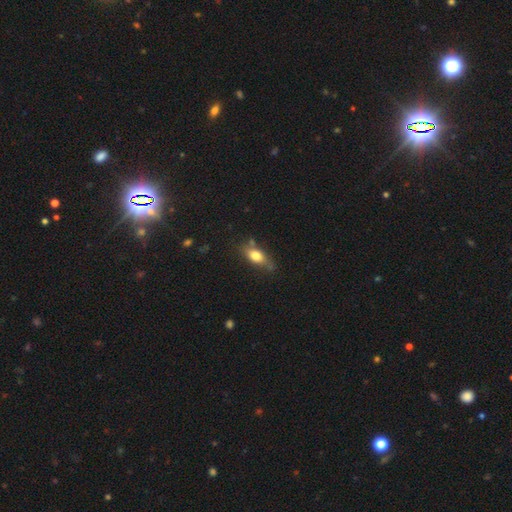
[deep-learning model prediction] This is likely a smooth galaxy (71%). How rounded: likely in between (77%). Merging: likely none (62%).